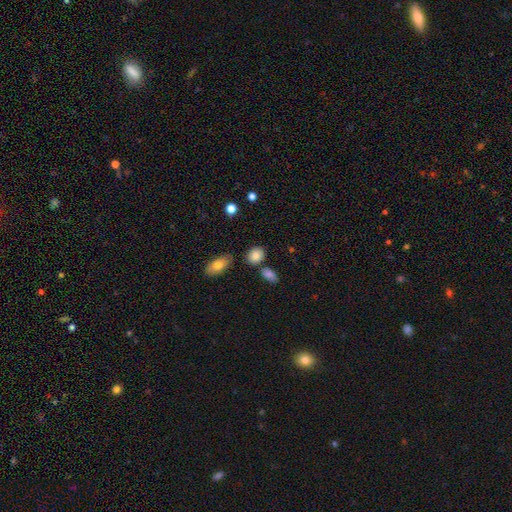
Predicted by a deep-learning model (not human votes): smooth 85%, star or artifact 9%, featured or disk 6%. Down the decision tree: how rounded — round (49%, tied with in between); merging — none (75%).